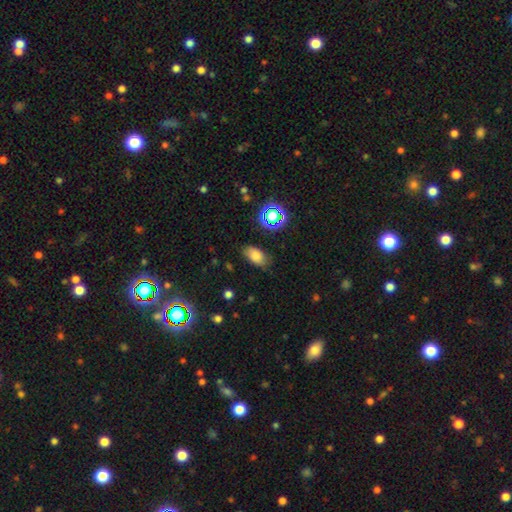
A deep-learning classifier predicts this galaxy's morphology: smooth_or_featured: smooth (p=0.77) [alt: star or artifact p=0.14]
how_rounded: in between (p=0.90) [alt: round p=0.08]
merging: none (p=0.74) [alt: minor disturbance p=0.19]